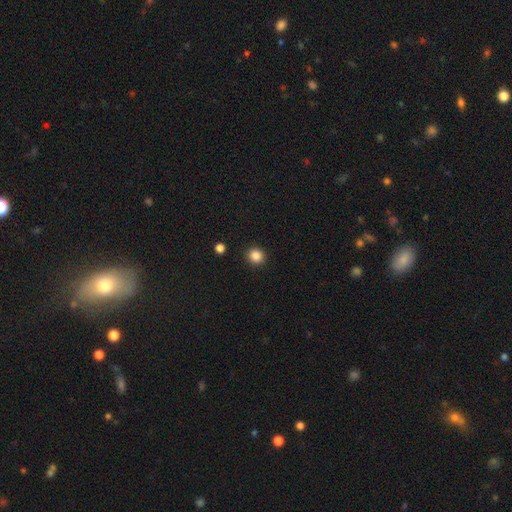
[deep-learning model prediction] Smooth or featured?
  - smooth: 86% *
  - star or artifact: 10%
  - featured or disk: 3%
How rounded?
  - round: 87% *
  - in between: 12%
  - cigar-shaped: 1%
Merging?
  - none: 91% *
  - minor disturbance: 6%
  - major disturbance: 2%
  - merger: 1%